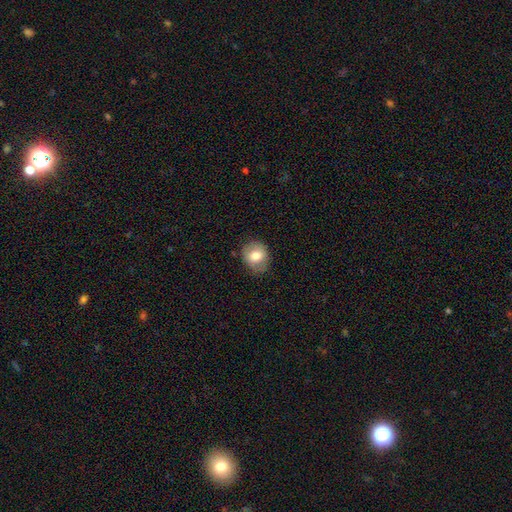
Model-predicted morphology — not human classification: This is likely a smooth galaxy (73%). How rounded: likely round (65%). Merging: likely none (76%).